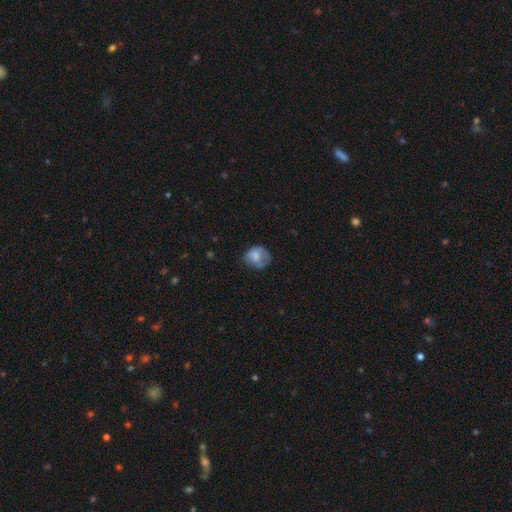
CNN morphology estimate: smooth_or_featured: smooth (p=0.70) [alt: featured or disk p=0.21]
how_rounded: round (p=0.66) [alt: in between p=0.33]
merging: none (p=0.48) [alt: minor disturbance p=0.30]